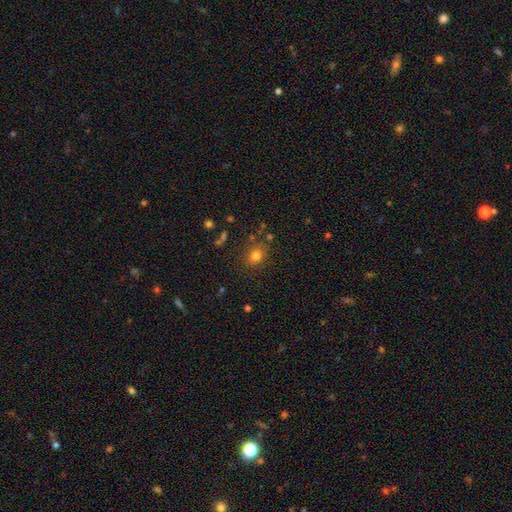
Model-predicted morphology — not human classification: Smooth or featured? smooth (77%)
How rounded? round (71%)
Merging? none (80%)